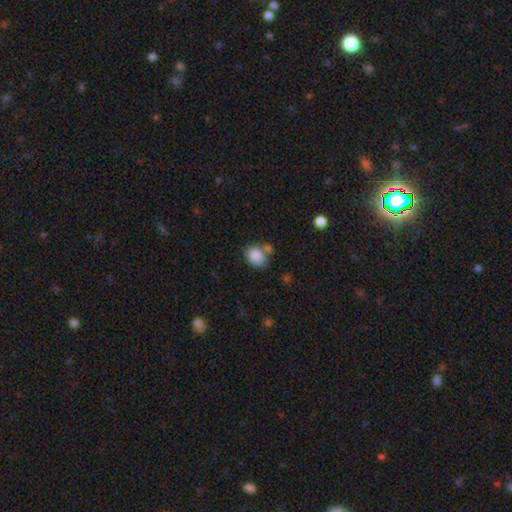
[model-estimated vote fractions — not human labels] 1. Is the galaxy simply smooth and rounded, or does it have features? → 86% smooth, 9% star or artifact, 5% featured or disk.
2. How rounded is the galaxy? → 53% round, 46% in between, 1% cigar-shaped.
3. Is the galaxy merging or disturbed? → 61% none, 18% merger, 17% minor disturbance, 5% major disturbance.